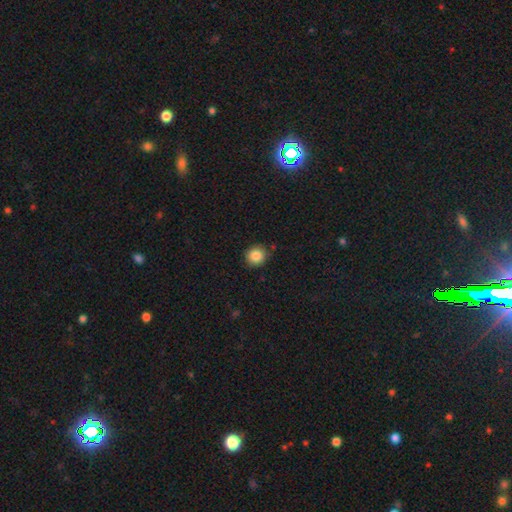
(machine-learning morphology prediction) A smooth galaxy with no disk features (86%) that is round (90%). Merging: none (86%).